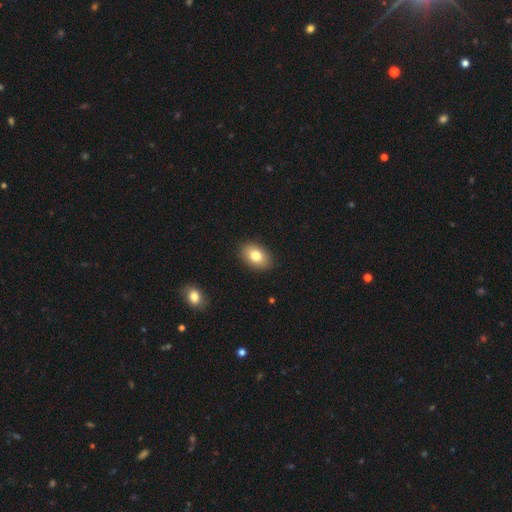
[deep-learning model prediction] Smooth or featured? smooth (80%)
How rounded? in between (84%)
Merging? none (89%)